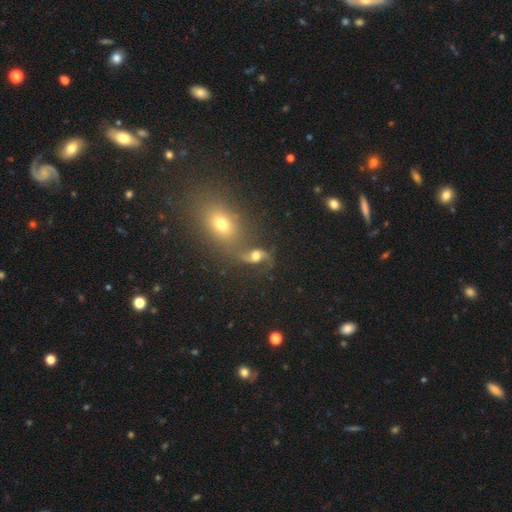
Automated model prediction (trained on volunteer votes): smooth_or_featured: featured or disk (p=0.66) [alt: smooth p=0.22]
disk_edge_on: no (p=0.96) [alt: yes p=0.04]
bar: no (p=0.59) [alt: weak p=0.31]
has_spiral_arms: yes (p=0.88) [alt: no p=0.12]
spiral_winding: loose (p=0.76) [alt: medium p=0.19]
spiral_arm_count: 2 (p=0.92) [alt: 1 p=0.03]
bulge_size: moderate (p=0.46) [alt: large p=0.36]
merging: none (p=0.47) [alt: merger p=0.26]